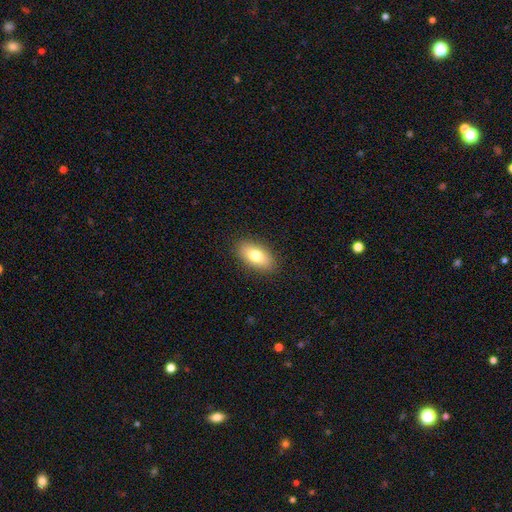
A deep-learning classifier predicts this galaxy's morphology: type=smooth (77%); roundness=in between (89%); merging=none (88%).